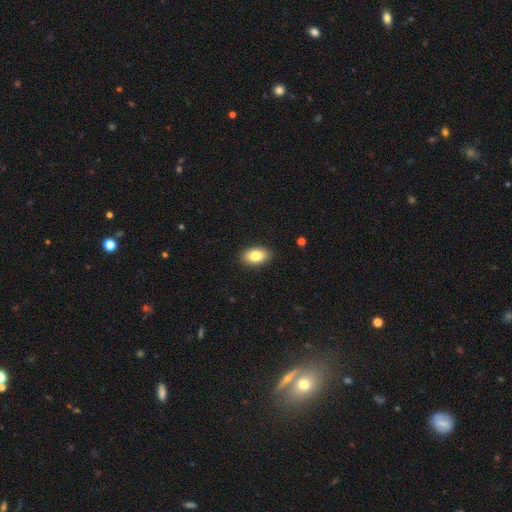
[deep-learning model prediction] Smooth or featured?
  - smooth: 83% *
  - featured or disk: 10%
  - star or artifact: 8%
How rounded?
  - in between: 91% *
  - round: 7%
  - cigar-shaped: 2%
Merging?
  - none: 90% *
  - minor disturbance: 8%
  - major disturbance: 2%
  - merger: 1%